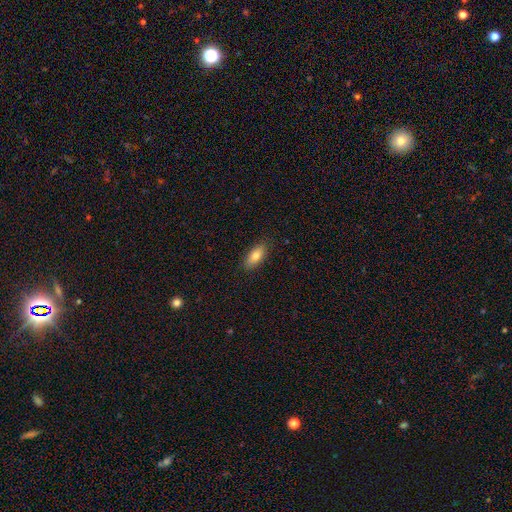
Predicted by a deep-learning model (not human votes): This appears to be a smooth galaxy with no disk features (81%) that is in between round and cigar-shaped (84%). Merging: none (87%).